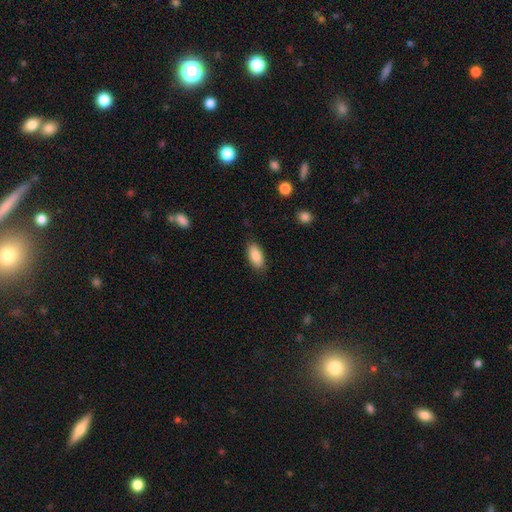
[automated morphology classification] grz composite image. It shows a smooth galaxy with no disk features (87%) that is in between round and cigar-shaped (90%). Merging: none (85%).